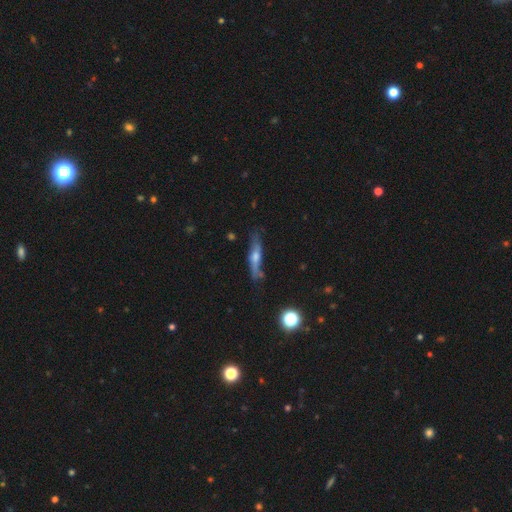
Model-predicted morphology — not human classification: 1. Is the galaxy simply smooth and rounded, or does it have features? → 61% featured or disk, 29% smooth, 9% star or artifact.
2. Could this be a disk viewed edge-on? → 87% yes, 13% no.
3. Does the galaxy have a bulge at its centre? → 86% rounded, 9% none, 5% boxy.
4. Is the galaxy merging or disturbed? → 74% none, 18% minor disturbance, 5% major disturbance, 3% merger.